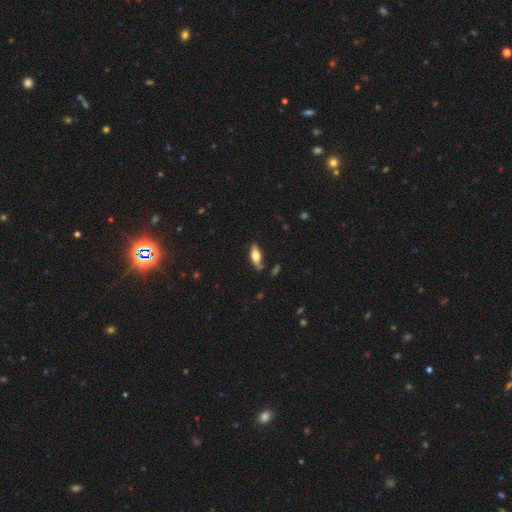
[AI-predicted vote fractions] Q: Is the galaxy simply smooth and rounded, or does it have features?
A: smooth — 57%.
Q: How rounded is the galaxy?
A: in between — 67%.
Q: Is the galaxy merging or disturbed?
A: none — 73%.